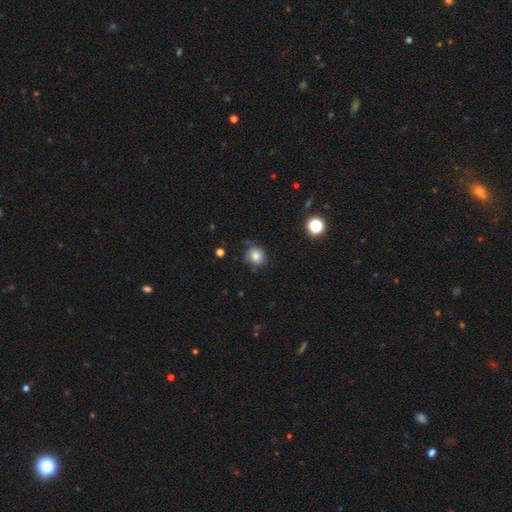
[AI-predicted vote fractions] Overall: smooth (73%). How rounded: round (78%). Merging: none (60%; minor disturbance 27%).